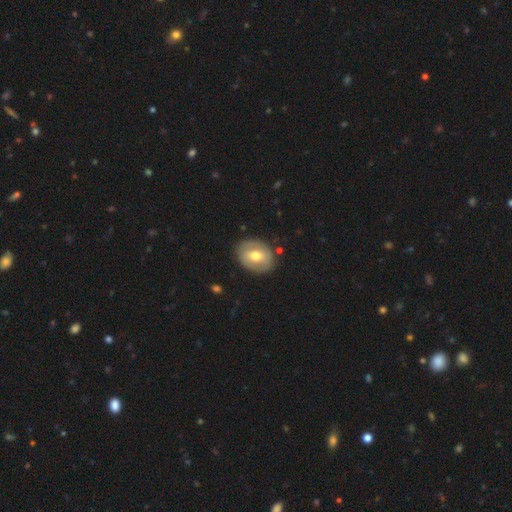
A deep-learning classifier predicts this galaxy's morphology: Smooth or featured? smooth (52%)
How rounded? in between (52%)
Merging? none (81%)